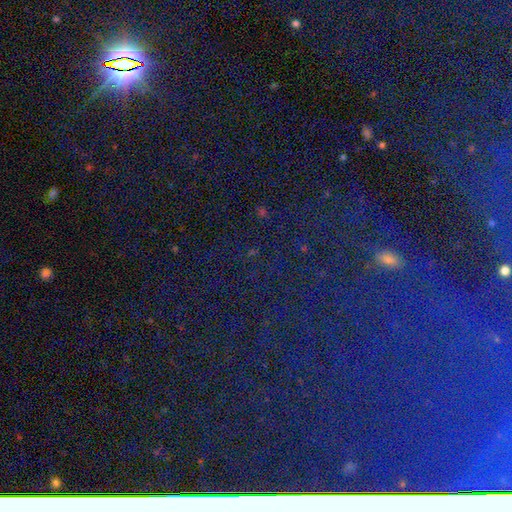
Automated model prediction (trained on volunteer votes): Smooth or featured: star or artifact — 81% (smooth — 10%)